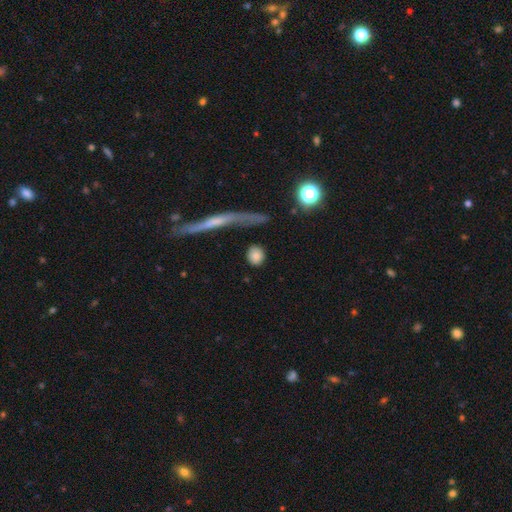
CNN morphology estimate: The model was most divided on "how rounded": round: 71%, in between: 23%, cigar-shaped: 7%. More confident: smooth or featured — smooth (85%); merging — none (80%).